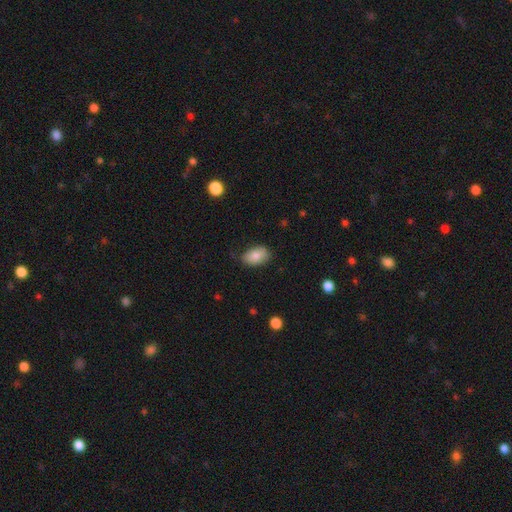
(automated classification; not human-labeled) A smooth galaxy with no disk features (82%) that is in between round and cigar-shaped (90%).

Vote fractions:
- Smooth or featured? smooth: 82% / featured or disk: 11% / star or artifact: 7%
- How rounded? in between: 90% / round: 9% / cigar-shaped: 1%
- Merging? none: 73% / minor disturbance: 22% / major disturbance: 4% / merger: 1%